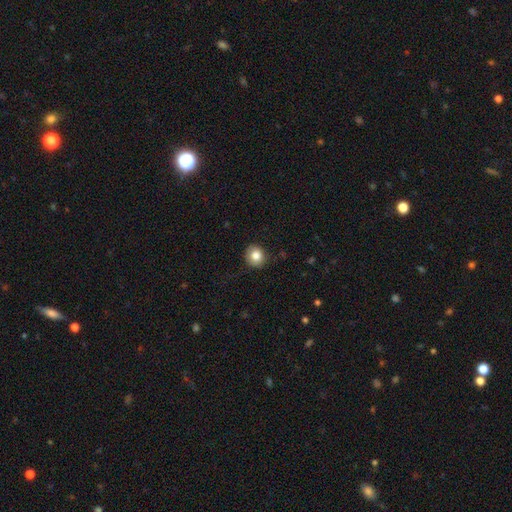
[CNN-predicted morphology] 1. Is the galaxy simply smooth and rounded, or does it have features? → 83% smooth, 9% star or artifact, 7% featured or disk.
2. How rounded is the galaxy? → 82% round, 17% in between, 1% cigar-shaped.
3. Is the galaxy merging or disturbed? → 85% none, 11% minor disturbance, 2% major disturbance, 1% merger.